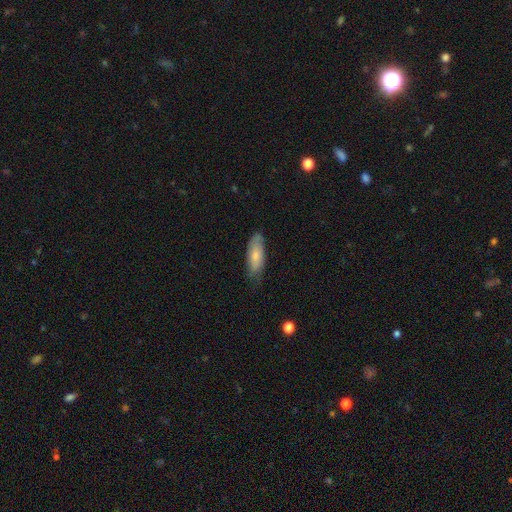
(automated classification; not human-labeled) Morphology: type=smooth (72%); roundness=in between (73%); merging=none (66%).